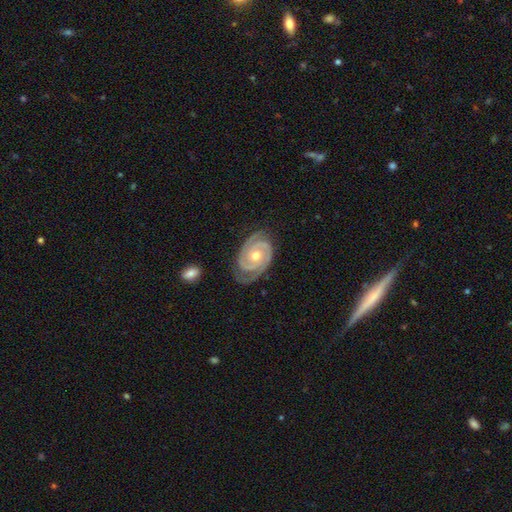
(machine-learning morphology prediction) Smooth or featured? Predicted: featured or disk (p=0.93). Edge-on disk? Predicted: no (p=0.98). Bar? Predicted: no (p=0.73). Spiral arms? Predicted: yes (p=0.98). Spiral winding? Predicted: tight (p=0.77). Spiral arm count? Predicted: 2 (p=0.81). Bulge size? Predicted: moderate (p=0.68). Merging? Predicted: none (p=0.81).